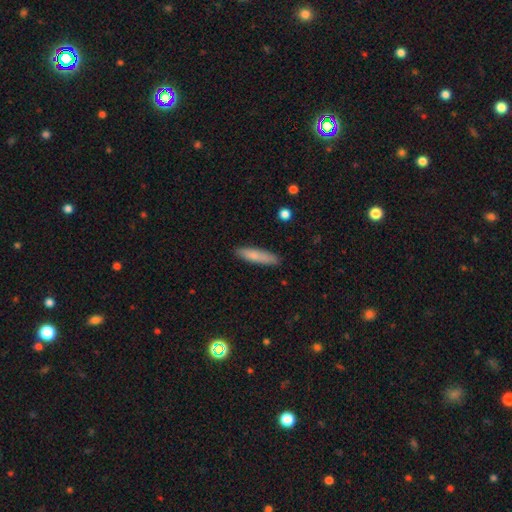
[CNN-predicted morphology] This is clearly a smooth galaxy (80%). How rounded: clearly cigar-shaped (81%). Merging: clearly none (87%).